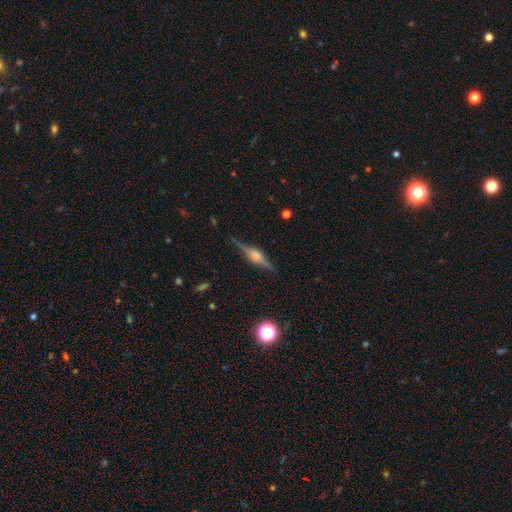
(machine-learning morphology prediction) Q: Smooth or featured?
A: featured or disk (79%); runner-up: smooth (13%)
Q: Edge-on disk?
A: yes (97%); runner-up: no (3%)
Q: Edge-on bulge?
A: rounded (79%); runner-up: boxy (19%)
Q: Merging?
A: none (85%); runner-up: minor disturbance (11%)